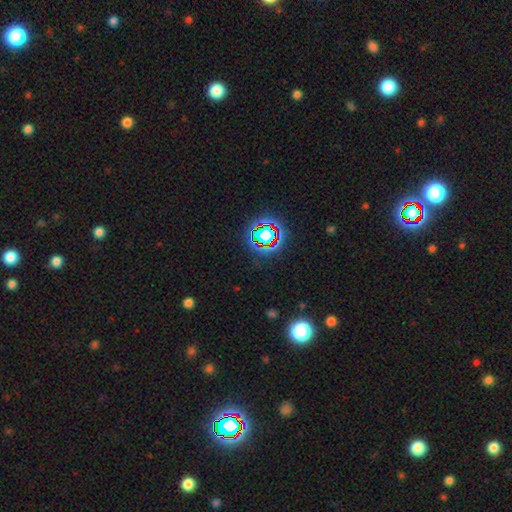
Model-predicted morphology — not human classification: smooth_or_featured: star or artifact (p=0.73) [alt: smooth p=0.18]